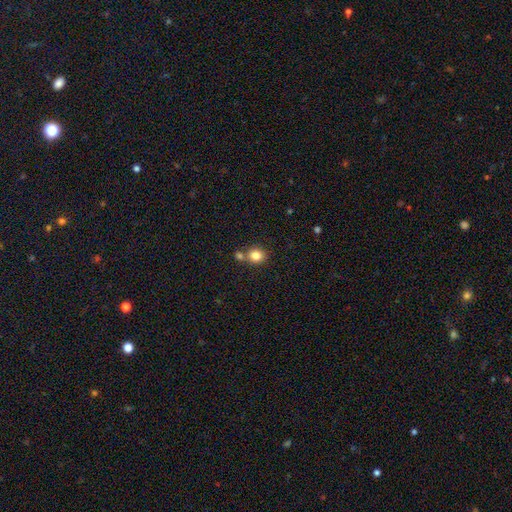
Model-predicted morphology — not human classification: The model was most divided on "merging": none: 62%, merger: 27%, minor disturbance: 9%, major disturbance: 3%. More confident: smooth or featured — smooth (83%); how rounded — round (73%).